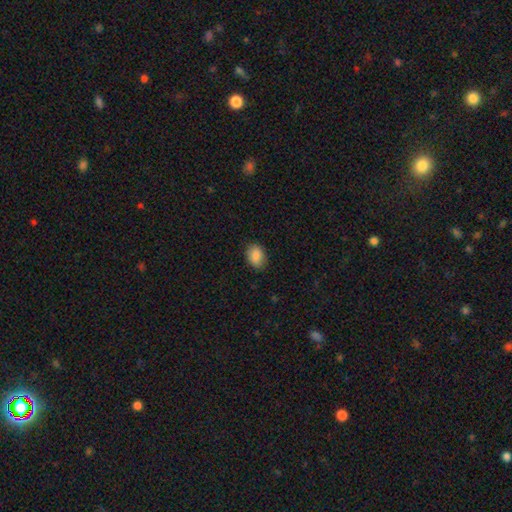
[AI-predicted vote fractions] Smooth or featured? smooth (89%)
How rounded? in between (77%)
Merging? none (86%)